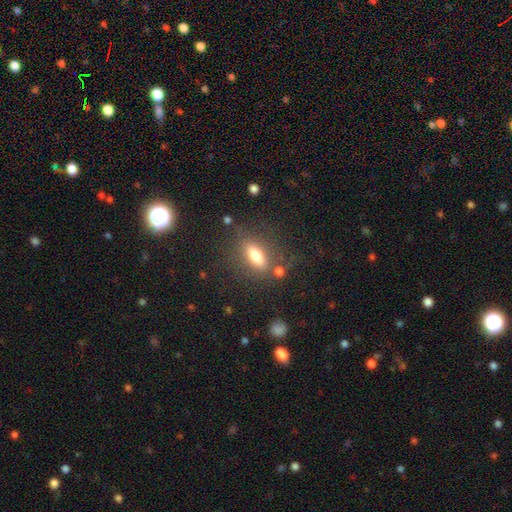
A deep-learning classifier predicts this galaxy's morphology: Overall: smooth (70%). How rounded: in between (72%). Merging: none (75%).